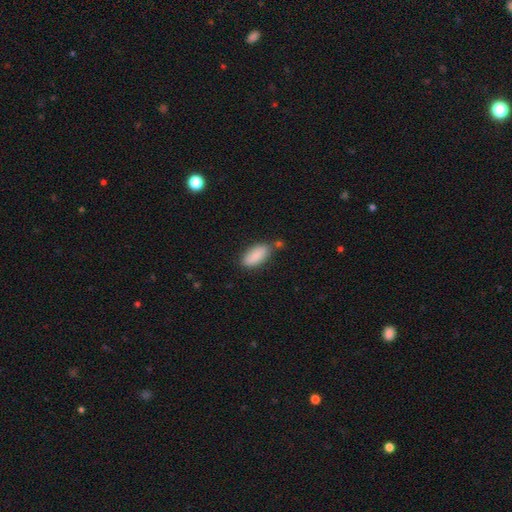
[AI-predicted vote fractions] Smooth or featured: smooth — 89% (star or artifact — 7%)
How rounded: in between — 85% (cigar-shaped — 13%)
Merging: none — 71% (minor disturbance — 17%)